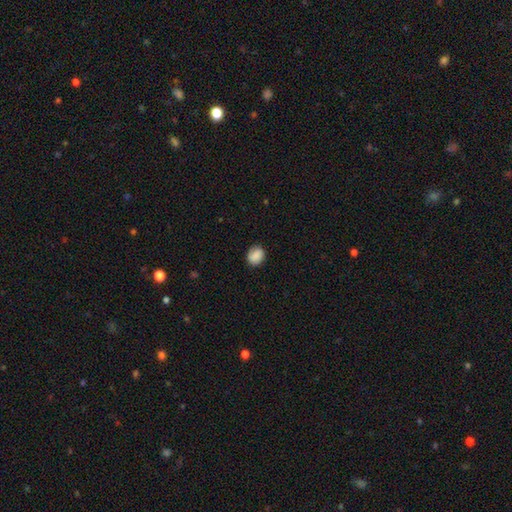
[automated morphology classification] A smooth galaxy with no disk features (84%) that is round (59%).

Vote fractions:
- Smooth or featured? smooth: 84% / star or artifact: 8% / featured or disk: 7%
- How rounded? round: 59% / in between: 40% / cigar-shaped: 1%
- Merging? none: 80% / minor disturbance: 15% / major disturbance: 4% / merger: 1%